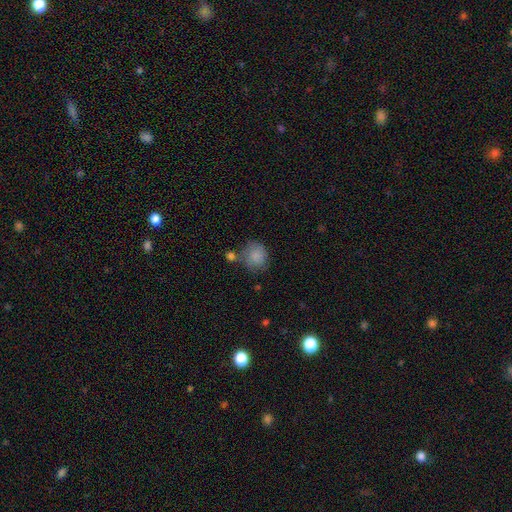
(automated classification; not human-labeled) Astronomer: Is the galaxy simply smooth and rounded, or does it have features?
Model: smooth — 77%.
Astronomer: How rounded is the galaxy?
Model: round — 72%.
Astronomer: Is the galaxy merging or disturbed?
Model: none — 51%.